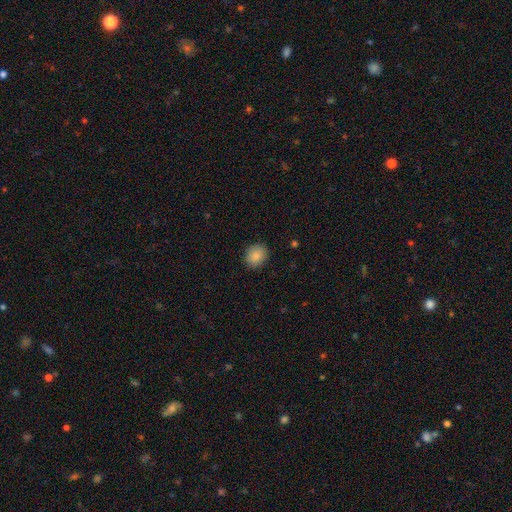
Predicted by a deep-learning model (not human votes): smooth 87%, star or artifact 8%, featured or disk 5%. Down the decision tree: how rounded — round (62%); merging — none (89%).